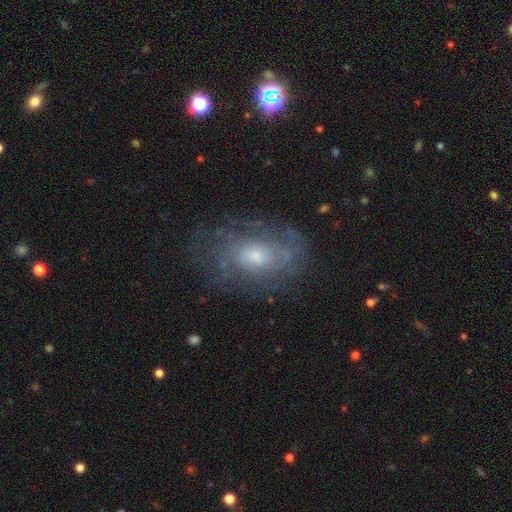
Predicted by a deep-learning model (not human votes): A featured or disk galaxy (66%) with no bar (77%), spiral arms (72%) and a small central bulge (55%). Merging: none (67%).